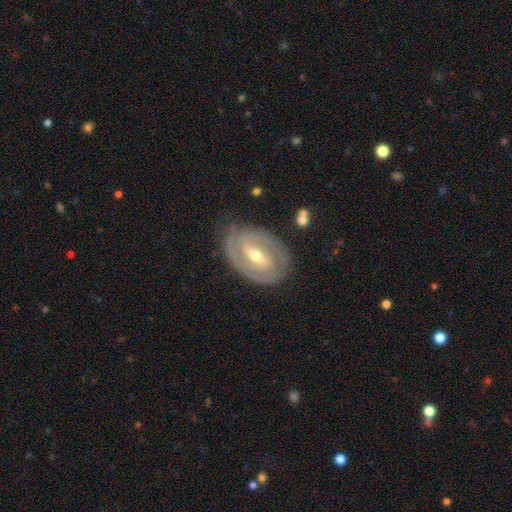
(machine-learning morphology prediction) Smooth or featured: featured or disk — 84% (smooth — 11%)
Edge-on disk: no — 95% (yes — 5%)
Bar: strong — 43% (weak — 41%)
Spiral arms: yes — 84% (no — 16%)
Spiral winding: tight — 68% (medium — 25%)
Spiral arm count: 2 — 70% (can't tell — 16%)
Bulge size: moderate — 59% (small — 38%)
Merging: none — 78% (minor disturbance — 15%)